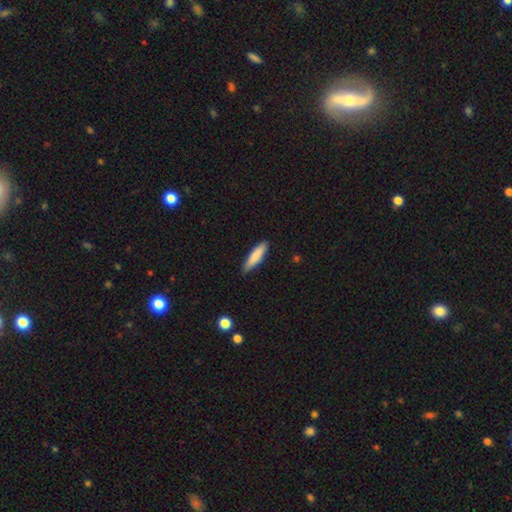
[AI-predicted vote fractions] smooth 83%, featured or disk 11%, star or artifact 5%. Down the decision tree: how rounded — cigar-shaped (74%); merging — none (85%).